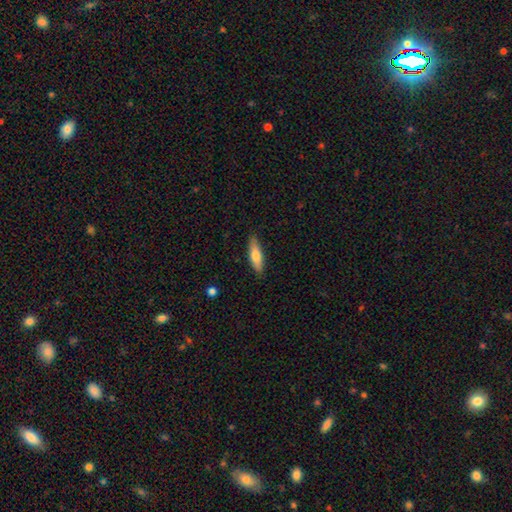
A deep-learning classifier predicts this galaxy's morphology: A smooth galaxy with no disk features (71%) that is cigar-shaped (60%). Merging: none (86%).